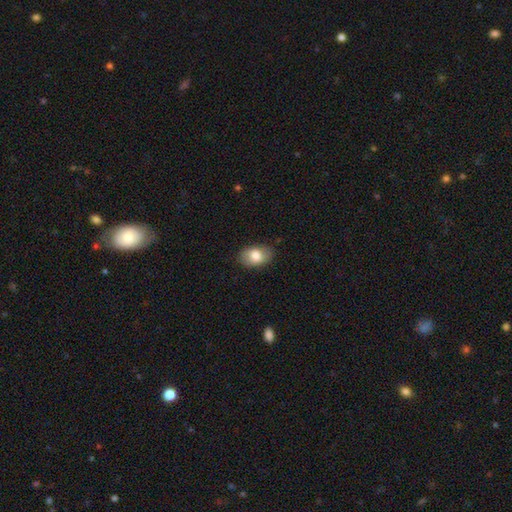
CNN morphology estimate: Smooth or featured? Predicted: smooth (p=0.80). How rounded? Predicted: in between (p=0.87). Merging? Predicted: none (p=0.83).